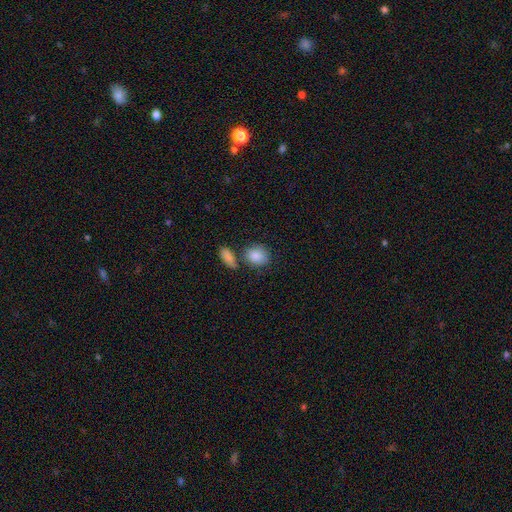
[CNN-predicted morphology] Overall: smooth (86%). How rounded: round (53%; in between 45%). Merging: none (62%; merger 22%).